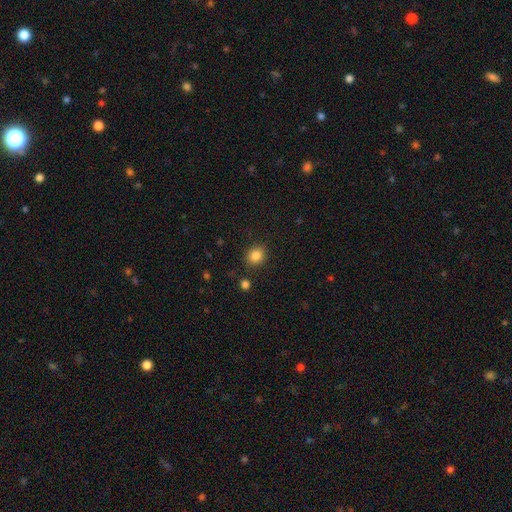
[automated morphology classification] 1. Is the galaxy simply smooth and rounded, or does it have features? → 85% smooth, 10% star or artifact, 5% featured or disk.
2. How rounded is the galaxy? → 72% round, 27% in between, 1% cigar-shaped.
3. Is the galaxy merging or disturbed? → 86% none, 9% minor disturbance, 3% merger, 3% major disturbance.